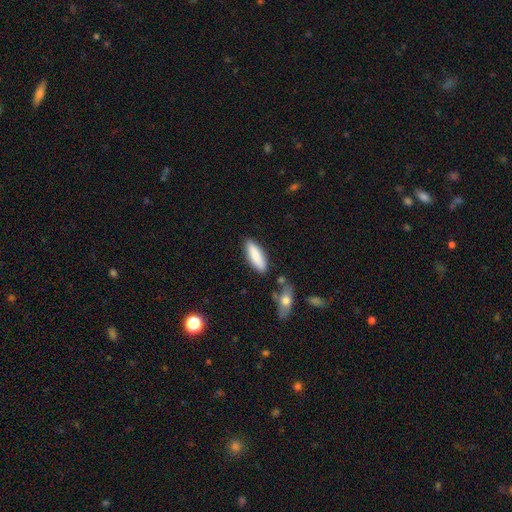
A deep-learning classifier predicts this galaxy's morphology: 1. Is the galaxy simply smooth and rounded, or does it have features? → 85% smooth, 9% featured or disk, 6% star or artifact.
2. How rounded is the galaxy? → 50% in between, 48% cigar-shaped, 2% round.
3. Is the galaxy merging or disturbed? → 83% none, 11% minor disturbance, 4% merger, 2% major disturbance.